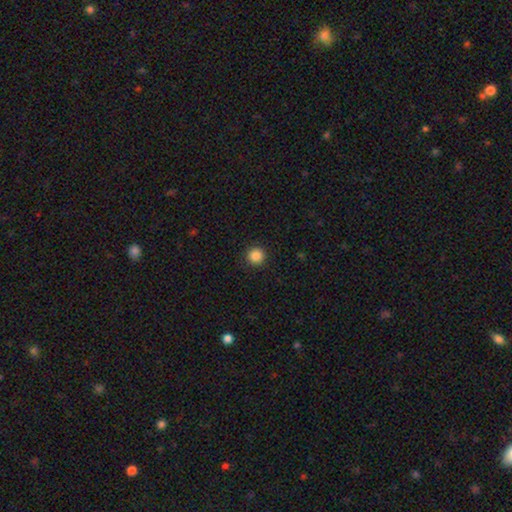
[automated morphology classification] Smooth or featured? Predicted: smooth (p=0.87). How rounded? Predicted: round (p=0.95). Merging? Predicted: none (p=0.92).